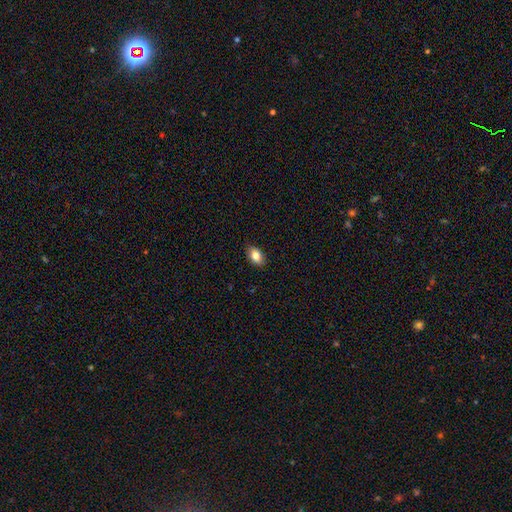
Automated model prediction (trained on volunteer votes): Q: Smooth or featured?
A: smooth (82%); runner-up: featured or disk (10%)
Q: How rounded?
A: in between (88%); runner-up: round (10%)
Q: Merging?
A: none (88%); runner-up: minor disturbance (10%)